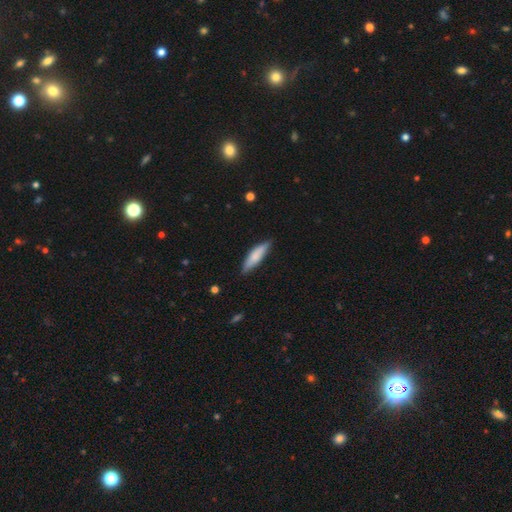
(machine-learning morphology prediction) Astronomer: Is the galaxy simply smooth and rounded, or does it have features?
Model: smooth — 72%.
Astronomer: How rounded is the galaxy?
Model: cigar-shaped — 68%.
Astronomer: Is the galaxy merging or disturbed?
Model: none — 83%.